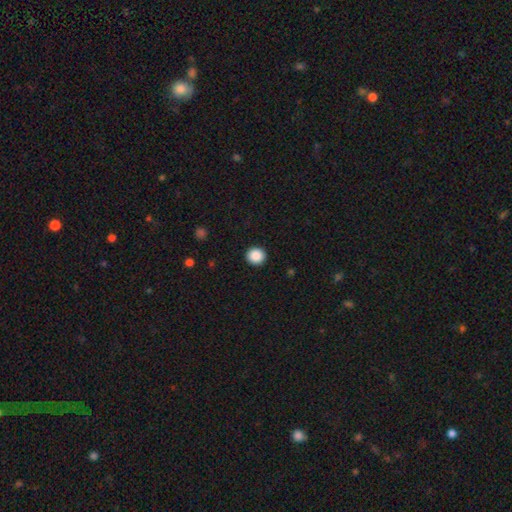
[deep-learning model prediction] This appears to be a smooth galaxy with no disk features (88%) that is round (92%). Merging: none (93%).